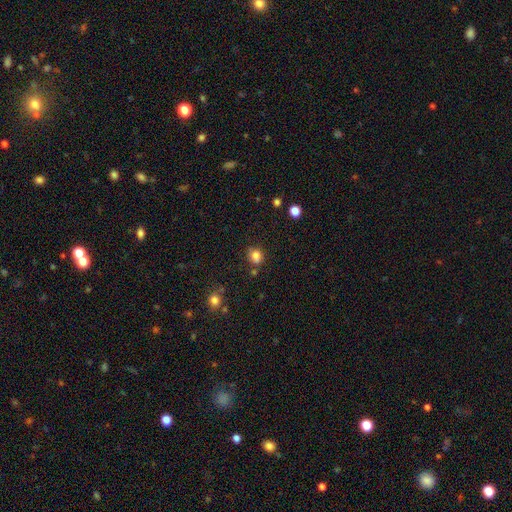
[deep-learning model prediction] smooth-or-featured: smooth: 80% | star or artifact: 13% | featured or disk: 7%
  how-rounded: round: 66% | in between: 33% | cigar-shaped: 1%
  merging: none: 65% | minor disturbance: 18% | merger: 12% | major disturbance: 5%